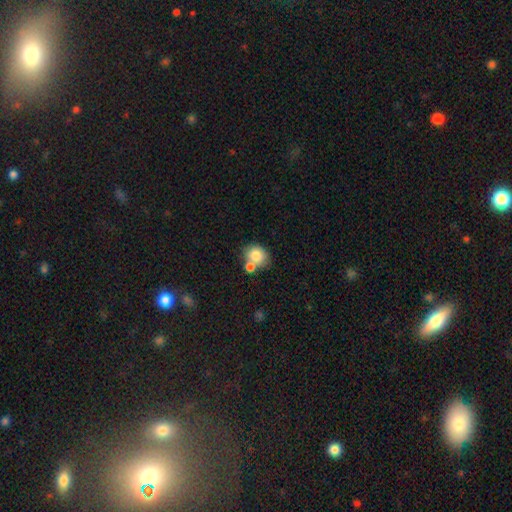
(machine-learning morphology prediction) smooth-or-featured: smooth: 81% | featured or disk: 10% | star or artifact: 9%
  how-rounded: round: 61% | in between: 38% | cigar-shaped: 1%
  merging: none: 49% | merger: 35% | minor disturbance: 12% | major disturbance: 4%